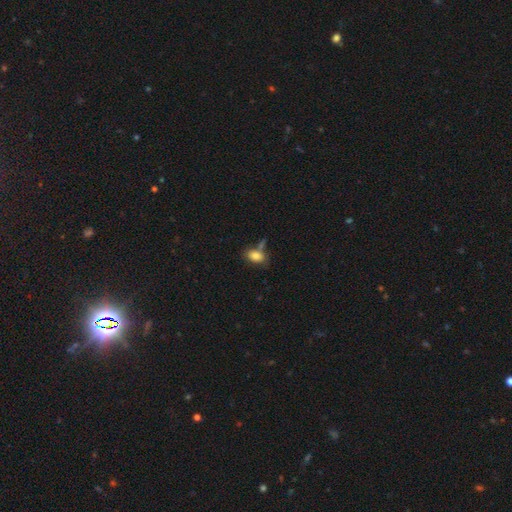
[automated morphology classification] Smooth or featured? smooth (82%)
How rounded? in between (85%)
Merging? none (53%)